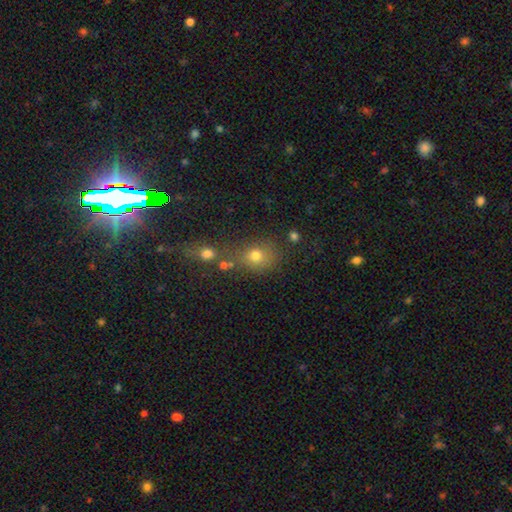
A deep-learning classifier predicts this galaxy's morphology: This appears to be a smooth galaxy with no disk features (72%) that is round (60%). Merging: none (54%).